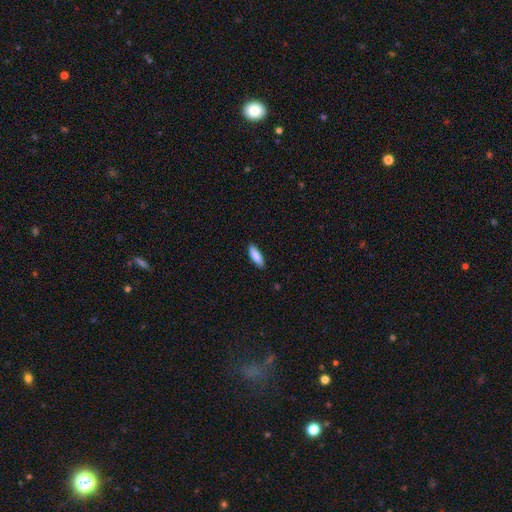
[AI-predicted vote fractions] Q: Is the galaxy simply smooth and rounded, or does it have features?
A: smooth — 87%.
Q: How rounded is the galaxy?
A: in between — 51%.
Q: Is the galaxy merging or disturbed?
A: none — 87%.